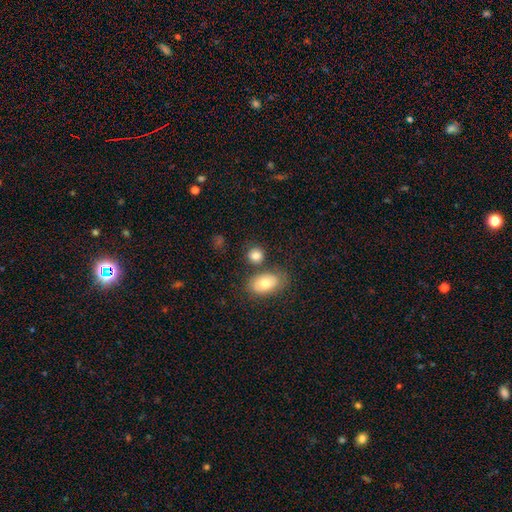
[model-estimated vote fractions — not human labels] This appears to be a smooth galaxy with no disk features (80%) that is round (68%). Merging: none (68%).